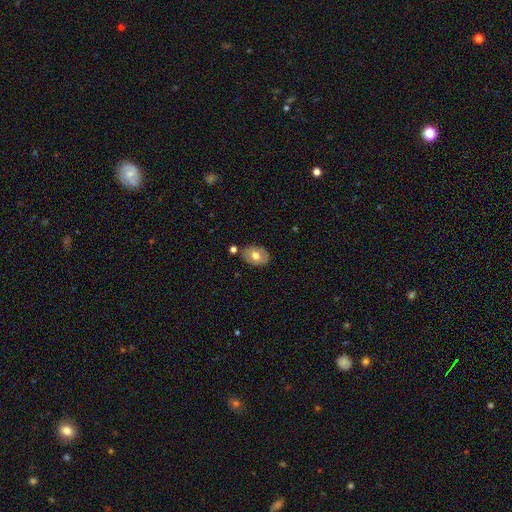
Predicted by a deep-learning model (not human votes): The model was most divided on "smooth or featured": smooth: 67%, featured or disk: 26%, star or artifact: 7%. More confident: merging — none (79%); how rounded — in between (75%).